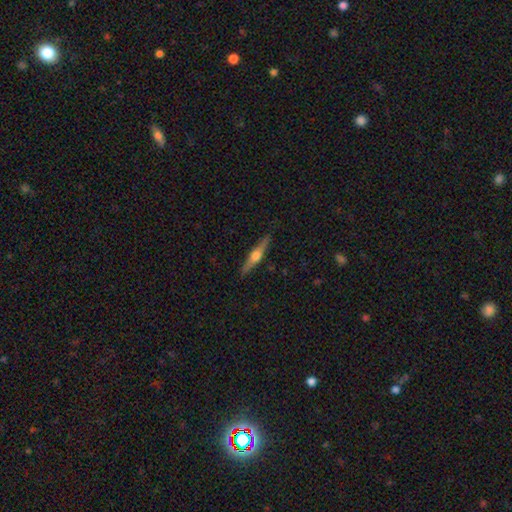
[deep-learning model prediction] A featured or disk galaxy (71%) viewed edge-on (98%) with a rounded central bulge (93%).

Vote fractions:
- Smooth or featured? featured or disk: 71% / smooth: 23% / star or artifact: 6%
- Edge-on disk? yes: 98% / no: 2%
- Edge-on bulge? rounded: 93% / boxy: 5% / none: 2%
- Merging? none: 90% / minor disturbance: 7% / major disturbance: 2% / merger: 1%